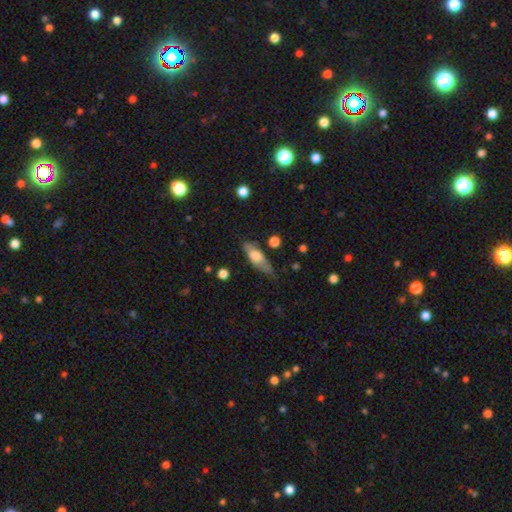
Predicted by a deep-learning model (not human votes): The model was most divided on "how rounded": in between: 58%, cigar-shaped: 39%, round: 3%. More confident: merging — none (69%); smooth or featured — smooth (64%).